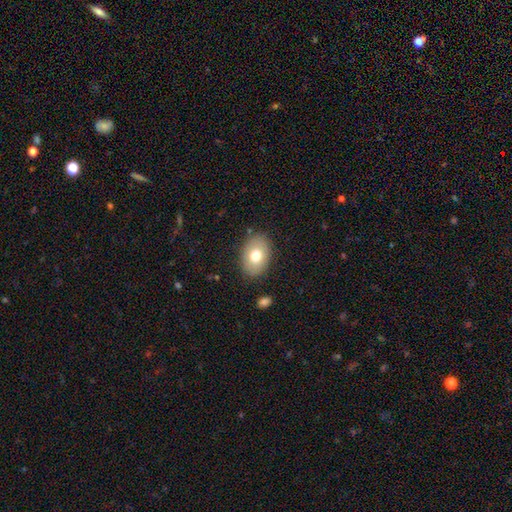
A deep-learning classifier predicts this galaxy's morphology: type=smooth (74%); roundness=in between (83%); merging=none (85%).